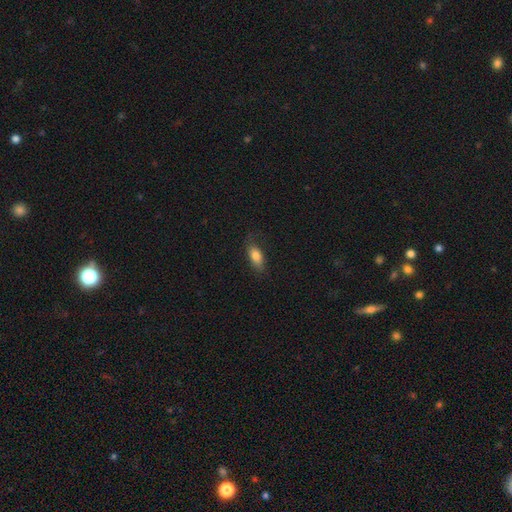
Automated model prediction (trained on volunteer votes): smooth_or_featured: smooth (p=0.80) [alt: featured or disk p=0.12]
how_rounded: in between (p=0.82) [alt: cigar-shaped p=0.15]
merging: none (p=0.72) [alt: minor disturbance p=0.21]